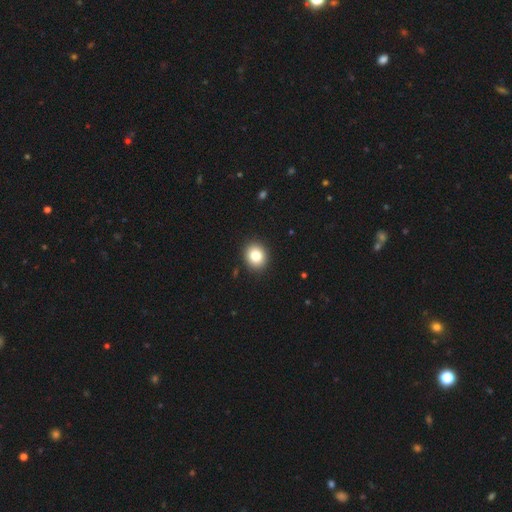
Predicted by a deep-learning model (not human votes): This appears to be a smooth galaxy with no disk features (82%) that is round (69%). Merging: none (91%).